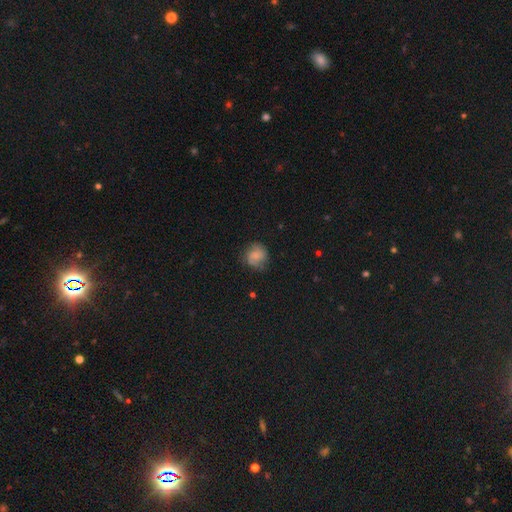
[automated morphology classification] Smooth or featured: smooth — 62% (featured or disk — 28%)
How rounded: round — 80% (in between — 19%)
Merging: none — 69% (minor disturbance — 22%)